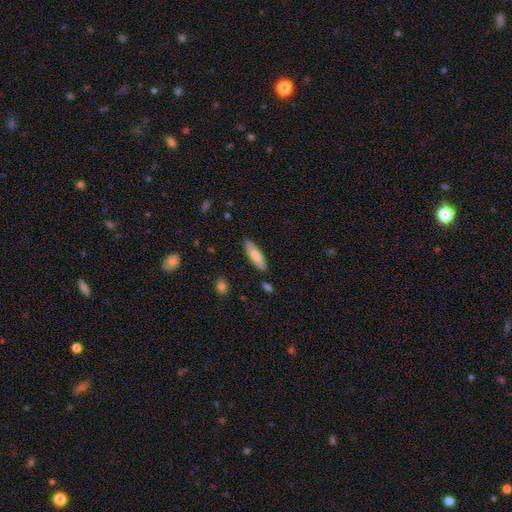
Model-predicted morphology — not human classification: The model was most divided on "how rounded": cigar-shaped: 64%, in between: 34%, round: 2%. More confident: merging — none (86%); smooth or featured — smooth (77%).